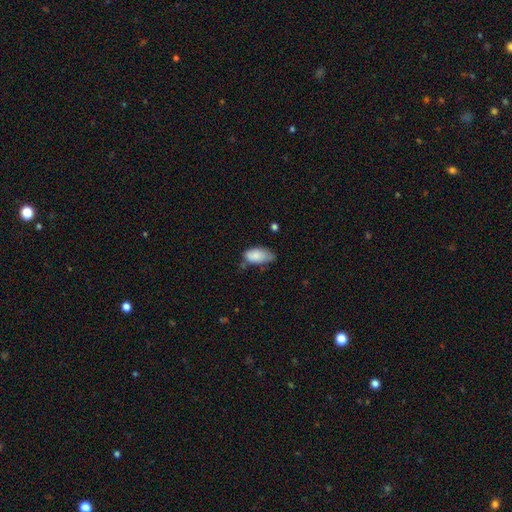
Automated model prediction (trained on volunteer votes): Q: Smooth or featured?
A: smooth (83%); runner-up: featured or disk (10%)
Q: How rounded?
A: in between (93%); runner-up: cigar-shaped (4%)
Q: Merging?
A: none (43%); tied with: minor disturbance (43%)